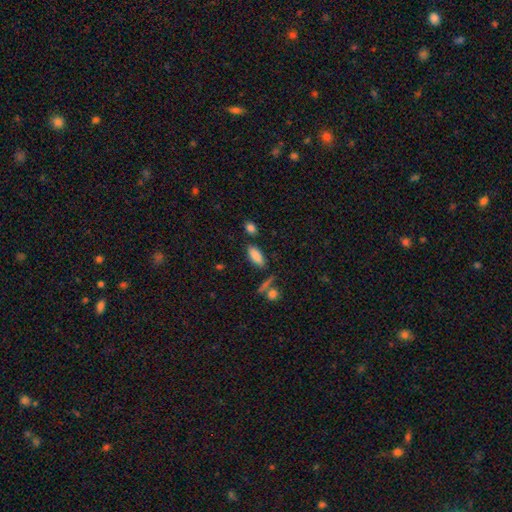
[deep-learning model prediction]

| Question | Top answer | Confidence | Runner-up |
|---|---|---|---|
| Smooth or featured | smooth | 85% | star or artifact (8%) |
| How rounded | in between | 76% | cigar-shaped (22%) |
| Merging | none | 74% | minor disturbance (15%) |